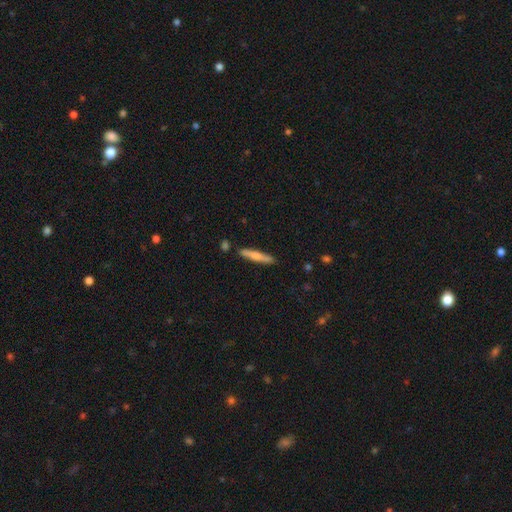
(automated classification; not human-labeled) Q: Smooth or featured?
A: smooth (63%); runner-up: featured or disk (31%)
Q: How rounded?
A: cigar-shaped (92%); runner-up: in between (7%)
Q: Merging?
A: none (85%); runner-up: minor disturbance (10%)